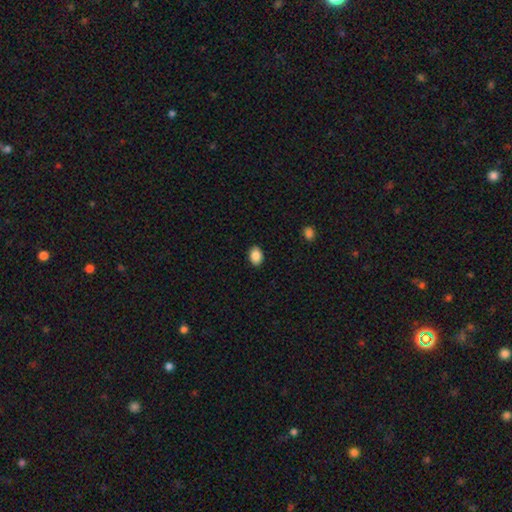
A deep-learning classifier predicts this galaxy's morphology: Overall: smooth (88%). How rounded: in between (76%). Merging: none (90%).